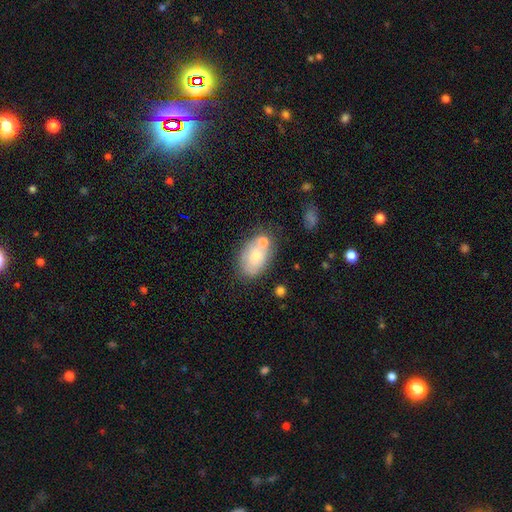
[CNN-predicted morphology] Smooth or featured? Predicted: smooth (p=0.63). How rounded? Predicted: in between (p=0.83). Merging? Predicted: none (p=0.51).